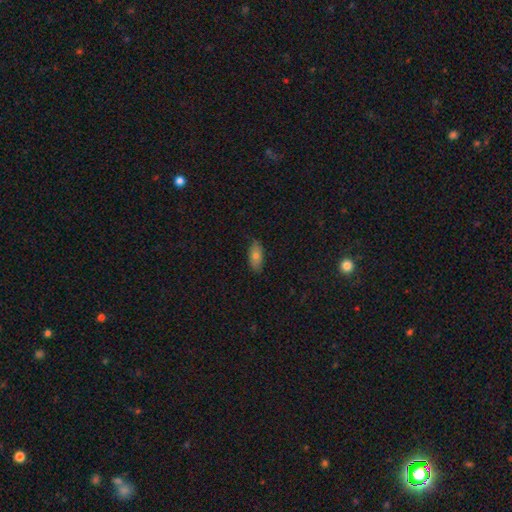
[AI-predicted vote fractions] Smooth or featured? smooth (73%)
How rounded? in between (86%)
Merging? none (83%)